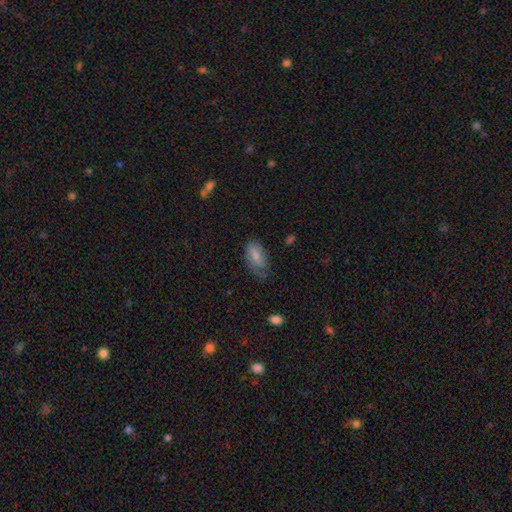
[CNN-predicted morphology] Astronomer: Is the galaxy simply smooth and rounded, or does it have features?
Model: smooth — 69%.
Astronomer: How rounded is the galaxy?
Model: in between — 91%.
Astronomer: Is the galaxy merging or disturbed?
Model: none — 52% (runner-up: minor disturbance, 31%).